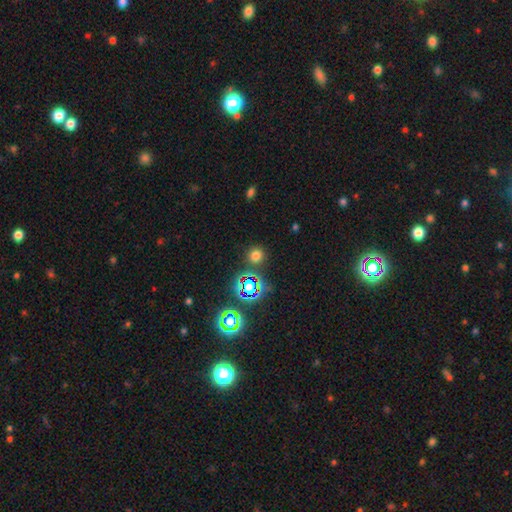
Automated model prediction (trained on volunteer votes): Smooth or featured? Predicted: smooth (p=0.69). How rounded? Predicted: round (p=0.90). Merging? Predicted: none (p=0.85).